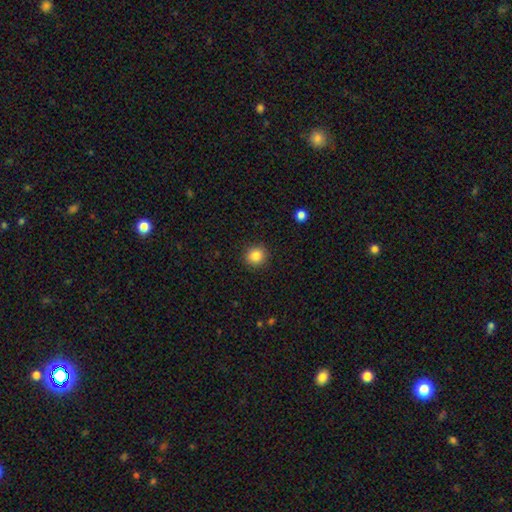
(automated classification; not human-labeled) Smooth or featured? smooth (85%)
How rounded? round (91%)
Merging? none (91%)